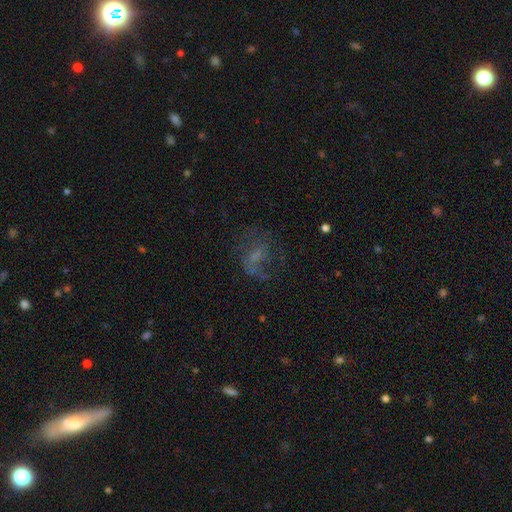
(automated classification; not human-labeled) Smooth or featured? Predicted: featured or disk (p=0.49). Merging? Predicted: none (p=0.55).